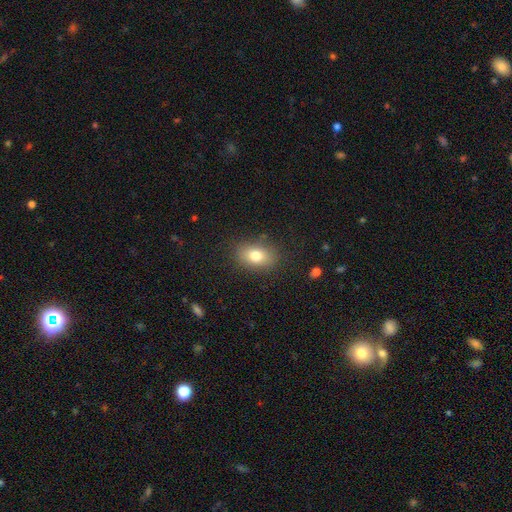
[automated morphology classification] Q: Smooth or featured?
A: smooth (79%); runner-up: featured or disk (11%)
Q: How rounded?
A: in between (80%); runner-up: round (18%)
Q: Merging?
A: none (84%); runner-up: minor disturbance (11%)